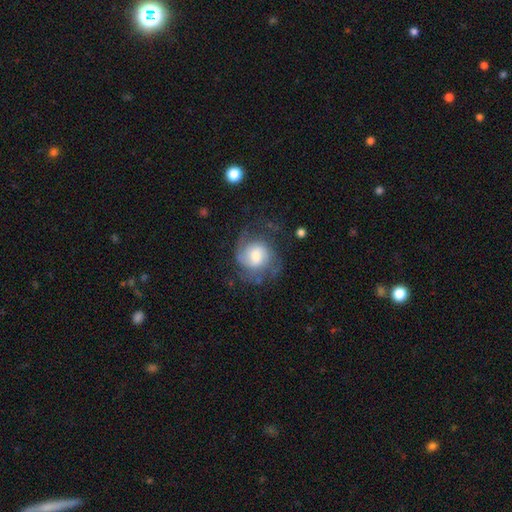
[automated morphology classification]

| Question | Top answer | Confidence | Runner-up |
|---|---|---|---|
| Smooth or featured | featured or disk | 65% | smooth (28%) |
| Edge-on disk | no | 98% | yes (2%) |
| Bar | no | 49% | weak (44%) |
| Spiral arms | yes | 89% | no (11%) |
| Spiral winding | medium | 44% | tight (36%) |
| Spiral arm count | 2 | 59% | can't tell (20%) |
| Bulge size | moderate | 54% | small (25%) |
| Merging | none | 58% | minor disturbance (21%) |